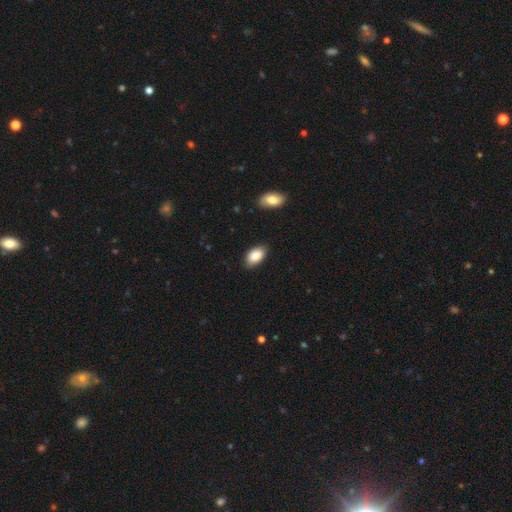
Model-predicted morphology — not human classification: Smooth or featured?
  - smooth: 87% *
  - star or artifact: 7%
  - featured or disk: 6%
How rounded?
  - in between: 93% *
  - round: 5%
  - cigar-shaped: 2%
Merging?
  - none: 85% *
  - minor disturbance: 11%
  - major disturbance: 2%
  - merger: 2%